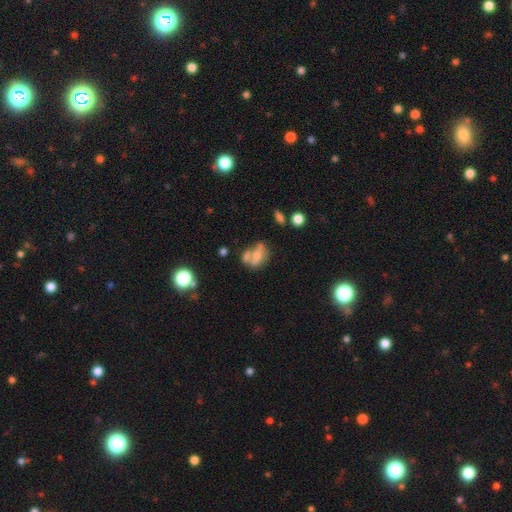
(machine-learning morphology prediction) smooth-or-featured: smooth: 50% | featured or disk: 37% | star or artifact: 13%
  merging: merger: 40% | none: 30% | minor disturbance: 17% | major disturbance: 14%